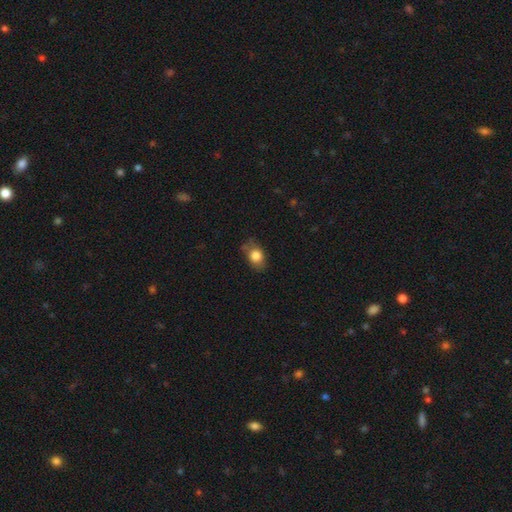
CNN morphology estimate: type=smooth (81%); roundness=in between (69%); merging=none (64%).